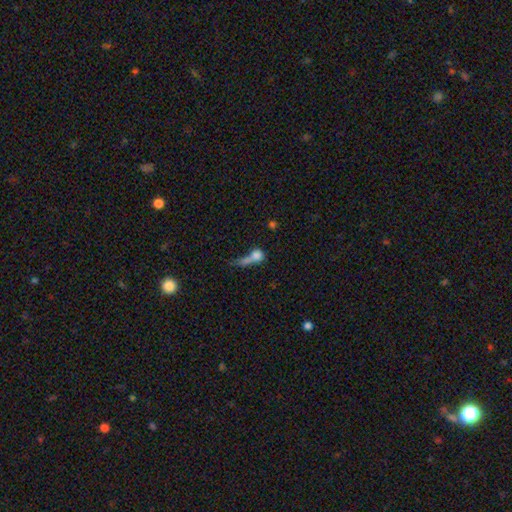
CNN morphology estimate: type=smooth (70%); roundness=round (54%); merging=merger (49%).